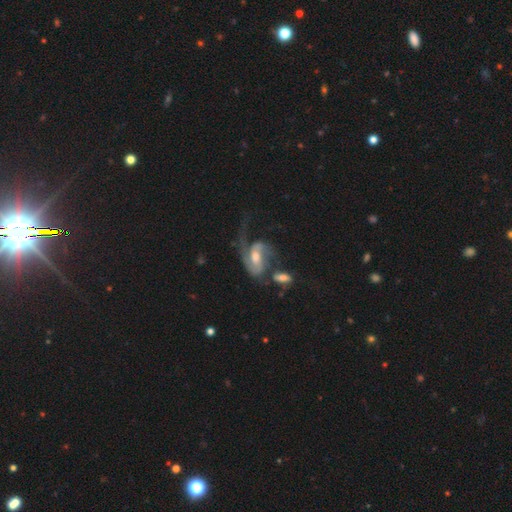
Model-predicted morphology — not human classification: This is clearly a featured or disk galaxy (85%). It is clearly not viewed edge-on (96%). Bar: possibly weak (48%). Spiral arm pattern: clearly yes (94%). Spiral arm count: likely 2 (64%). Spiral winding: marginally medium (43%). Central bulge: likely moderate (63%). Merging: marginally merger (30%).